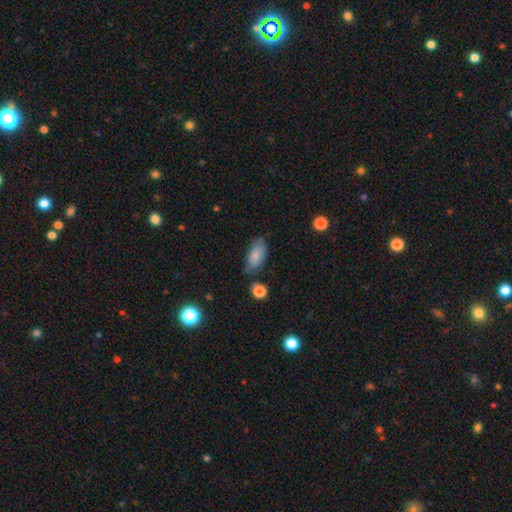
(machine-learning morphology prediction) This is likely a smooth galaxy (77%). How rounded: clearly in between (92%). Merging: likely none (62%).